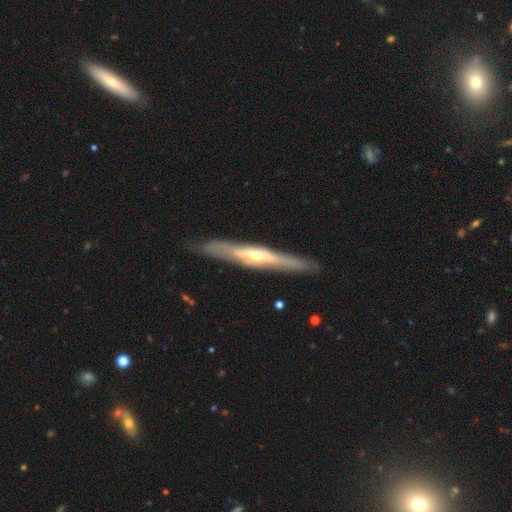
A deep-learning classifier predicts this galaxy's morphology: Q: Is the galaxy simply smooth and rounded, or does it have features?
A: featured or disk — 74%.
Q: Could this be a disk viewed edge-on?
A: yes — 90%.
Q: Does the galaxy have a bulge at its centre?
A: rounded — 78%.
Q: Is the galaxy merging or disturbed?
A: none — 88%.